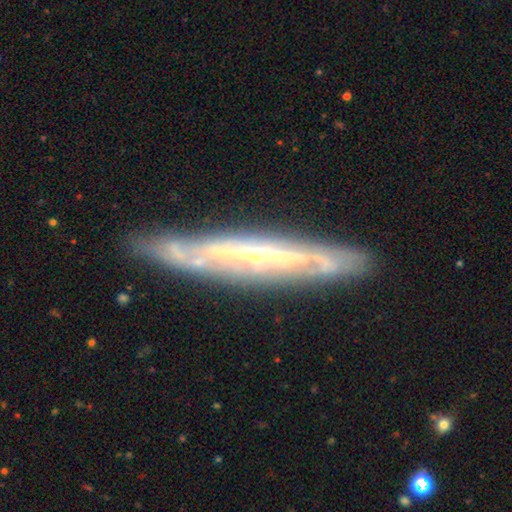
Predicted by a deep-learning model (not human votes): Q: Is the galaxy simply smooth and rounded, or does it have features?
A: featured or disk — 82%.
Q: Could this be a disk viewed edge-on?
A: yes — 73%.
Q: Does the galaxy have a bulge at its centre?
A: none — 54%.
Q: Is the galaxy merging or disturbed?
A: none — 80%.